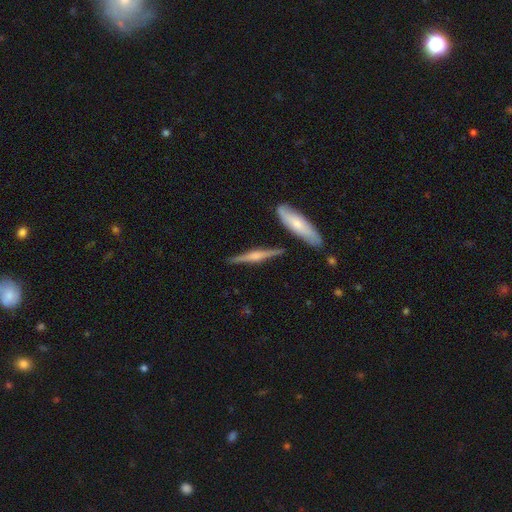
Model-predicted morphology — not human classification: This is likely a featured or disk galaxy (73%). It is clearly viewed edge-on (97%). Edge-on bulge: likely rounded (74%). Merging: clearly none (84%).